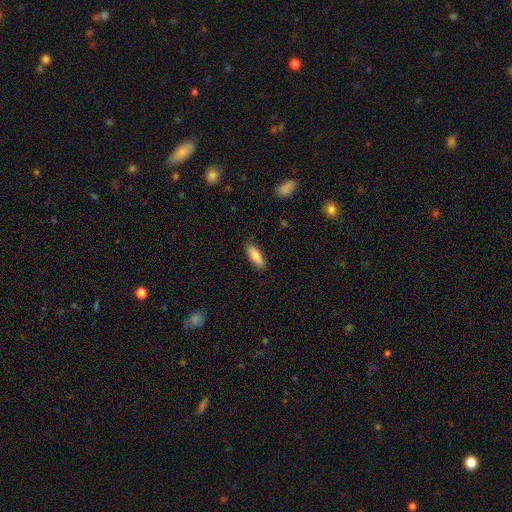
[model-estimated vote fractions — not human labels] Smooth or featured? smooth (80%)
How rounded? in between (51%)
Merging? none (88%)